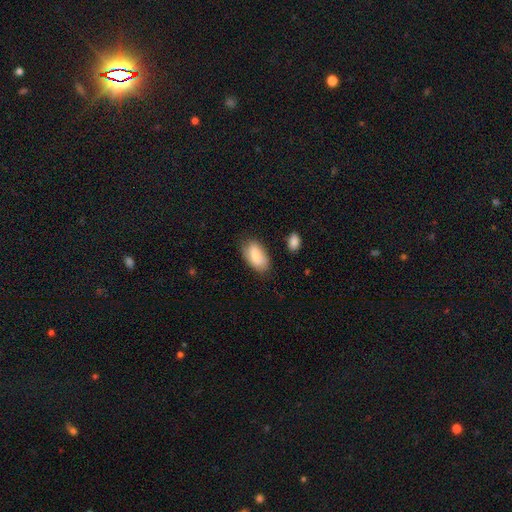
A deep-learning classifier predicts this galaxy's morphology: smooth 80%, featured or disk 14%, star or artifact 6%. Down the decision tree: how rounded — in between (94%); merging — none (73%).